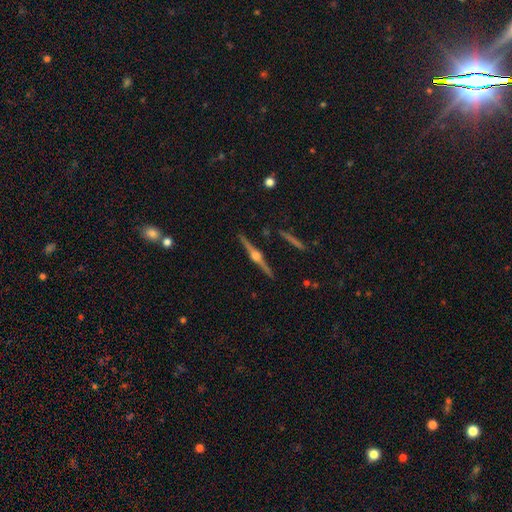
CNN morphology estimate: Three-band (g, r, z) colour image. It shows a featured or disk galaxy (89%) viewed edge-on (99%) with a rounded central bulge (94%). Merging: none (92%).